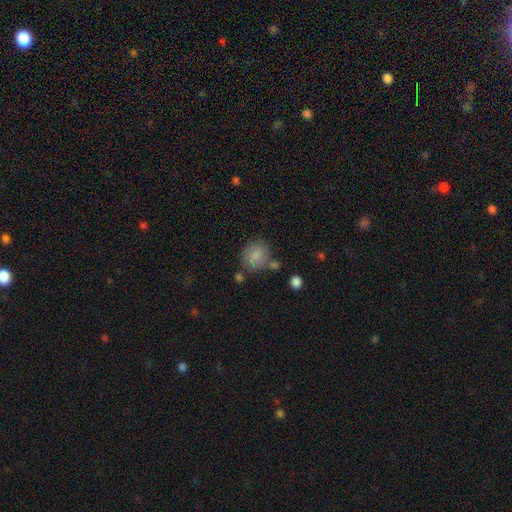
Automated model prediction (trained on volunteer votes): Morphology: type=smooth (82%); roundness=round (66%); merging=none (64%).